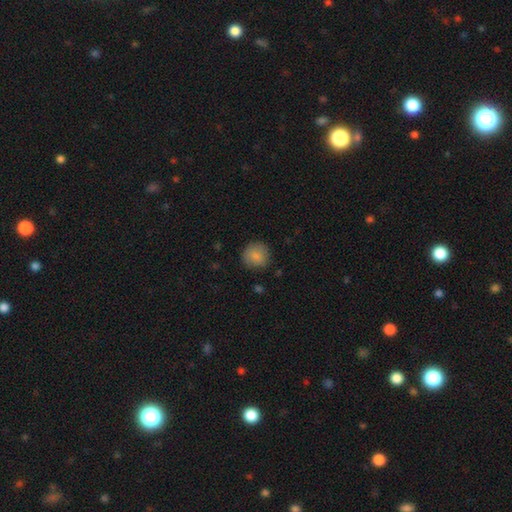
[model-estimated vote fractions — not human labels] This appears to be a smooth galaxy with no disk features (85%) that is round (88%). Merging: none (84%).